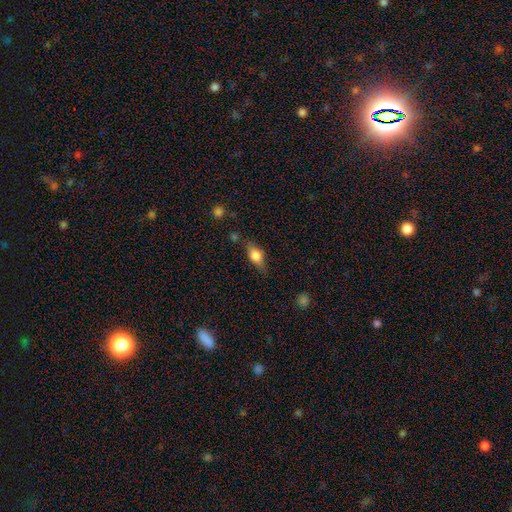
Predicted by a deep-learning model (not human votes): A smooth galaxy with no disk features (62%) that is in between round and cigar-shaped (74%).

Vote fractions:
- Smooth or featured? smooth: 62% / featured or disk: 30% / star or artifact: 8%
- How rounded? in between: 74% / cigar-shaped: 17% / round: 9%
- Merging? none: 75% / minor disturbance: 18% / major disturbance: 5% / merger: 3%